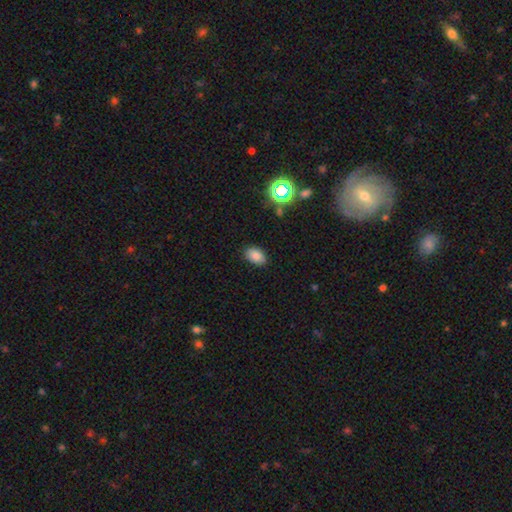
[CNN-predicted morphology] smooth_or_featured: smooth (p=0.82) [alt: star or artifact p=0.12]
how_rounded: in between (p=0.87) [alt: round p=0.12]
merging: none (p=0.85) [alt: minor disturbance p=0.11]